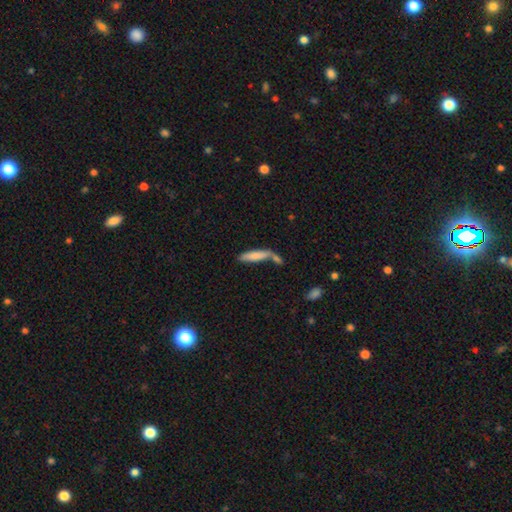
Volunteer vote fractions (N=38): smooth-or-featured: smooth: 84% | featured or disk: 16% | star or artifact: 0%
  how-rounded: cigar-shaped: 62% | in between: 38% | round: 0%
  merging: none: 50% | merger: 39% | minor disturbance: 5% | major disturbance: 5%